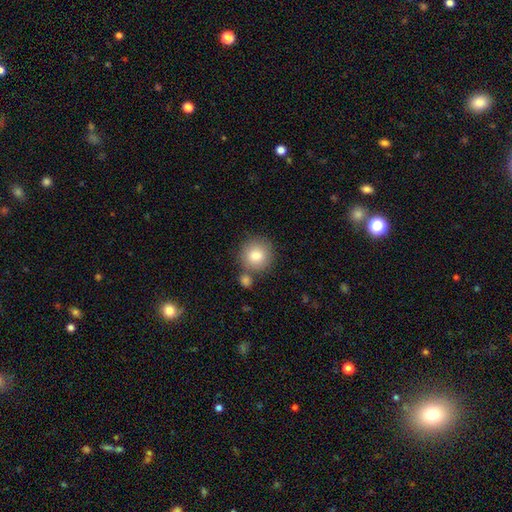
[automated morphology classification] Smooth or featured? smooth (83%)
How rounded? round (93%)
Merging? none (70%)